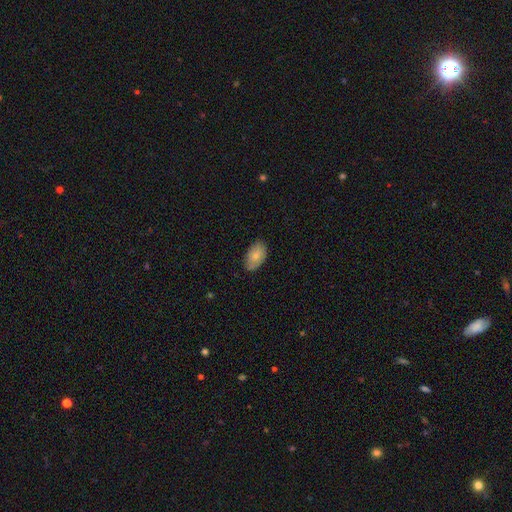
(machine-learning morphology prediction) Smooth or featured? smooth (77%)
How rounded? in between (94%)
Merging? none (77%)